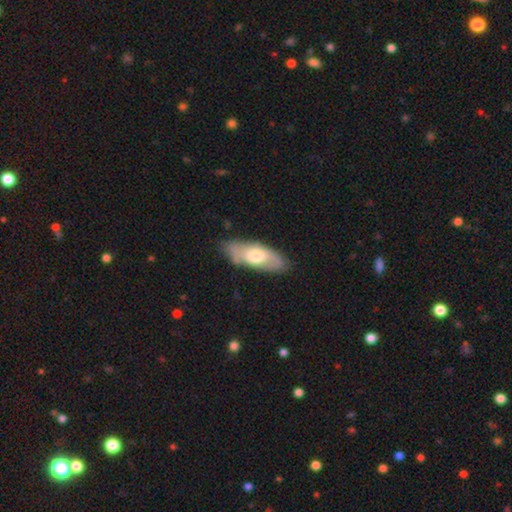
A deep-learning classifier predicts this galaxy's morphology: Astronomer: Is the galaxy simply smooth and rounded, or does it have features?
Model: smooth — 55% (runner-up: featured or disk, 40%).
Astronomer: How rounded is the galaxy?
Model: in between — 78%.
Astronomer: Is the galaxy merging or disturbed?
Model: none — 75%.